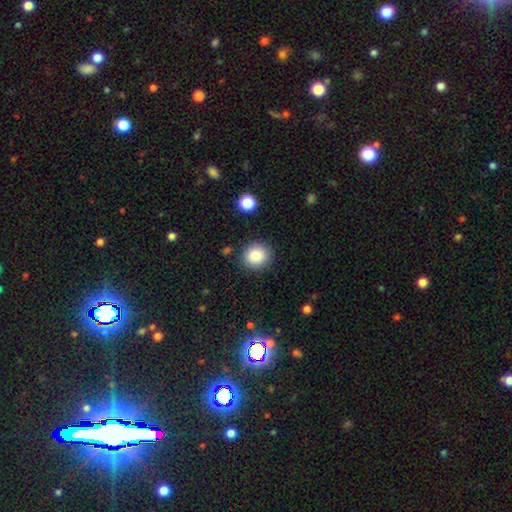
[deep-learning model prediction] smooth 86%, star or artifact 9%, featured or disk 5%. Down the decision tree: how rounded — round (86%); merging — none (87%).